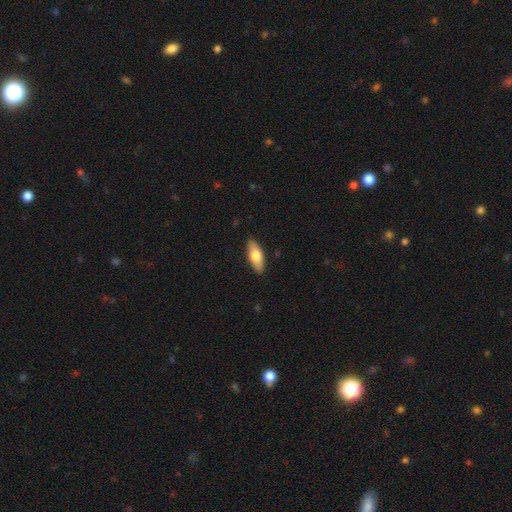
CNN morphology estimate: A smooth galaxy with no disk features (68%) that is in between round and cigar-shaped (75%). Merging: none (89%).